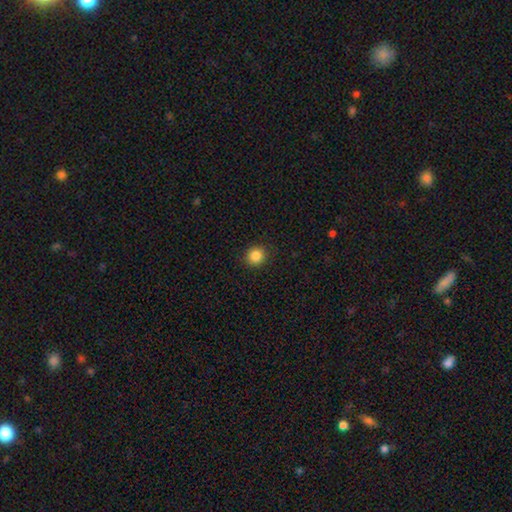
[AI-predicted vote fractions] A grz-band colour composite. It shows a smooth galaxy with no disk features (85%) that is round (90%). Merging: none (90%).